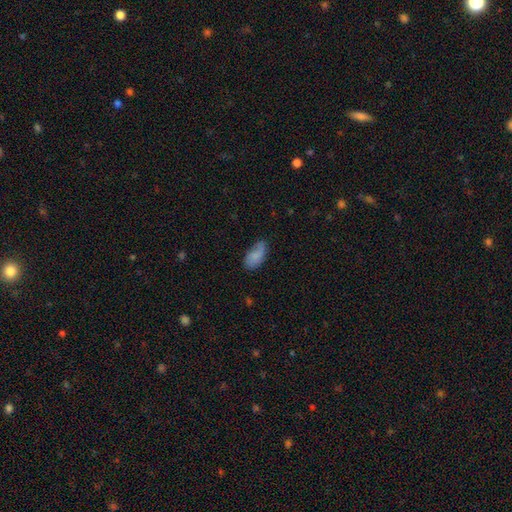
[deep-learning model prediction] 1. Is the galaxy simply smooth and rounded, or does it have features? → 78% smooth, 14% featured or disk, 7% star or artifact.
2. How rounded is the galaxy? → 93% in between, 4% cigar-shaped, 3% round.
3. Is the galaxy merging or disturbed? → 59% none, 30% minor disturbance, 8% major disturbance, 3% merger.